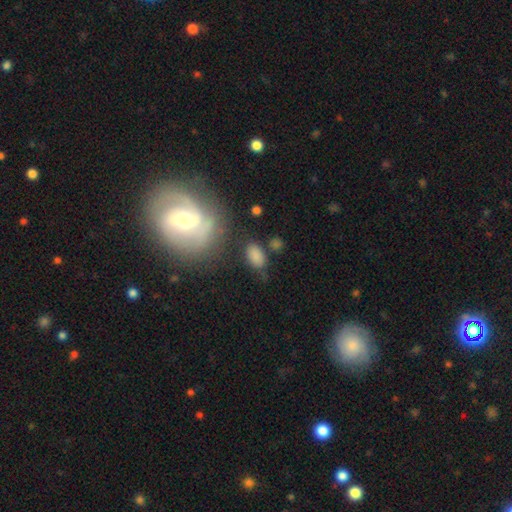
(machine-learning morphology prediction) smooth-or-featured: smooth: 83% | star or artifact: 11% | featured or disk: 6%
  how-rounded: in between: 90% | round: 8% | cigar-shaped: 2%
  merging: none: 72% | minor disturbance: 17% | major disturbance: 6% | merger: 6%